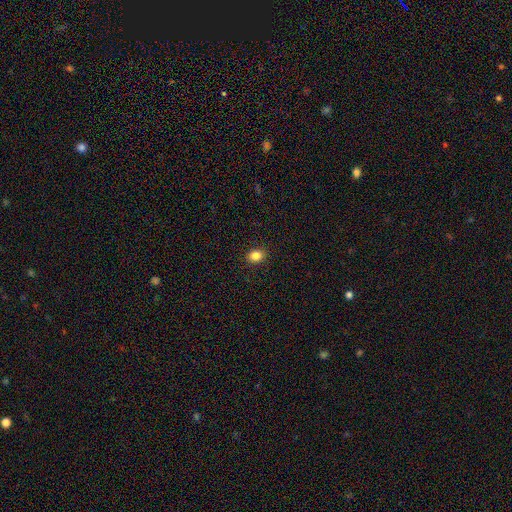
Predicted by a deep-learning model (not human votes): Smooth or featured? smooth (84%)
How rounded? in between (50%)
Merging? none (91%)